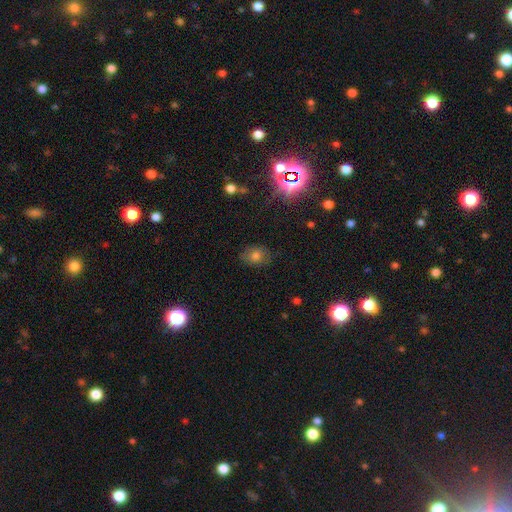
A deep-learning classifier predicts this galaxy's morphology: A smooth galaxy with no disk features (72%) that is in between round and cigar-shaped (58%).

Vote fractions:
- Smooth or featured? smooth: 72% / star or artifact: 16% / featured or disk: 12%
- How rounded? in between: 58% / round: 41% / cigar-shaped: 1%
- Merging? none: 77% / minor disturbance: 17% / major disturbance: 5% / merger: 1%